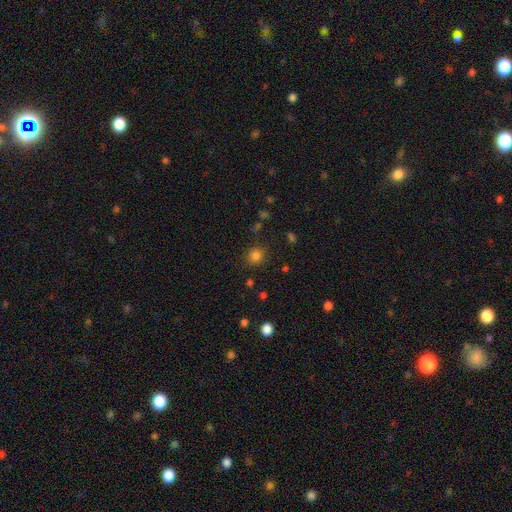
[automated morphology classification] Smooth or featured?
  - smooth: 80% *
  - star or artifact: 15%
  - featured or disk: 5%
How rounded?
  - round: 80% *
  - in between: 19%
  - cigar-shaped: 1%
Merging?
  - none: 85% *
  - minor disturbance: 9%
  - major disturbance: 3%
  - merger: 2%